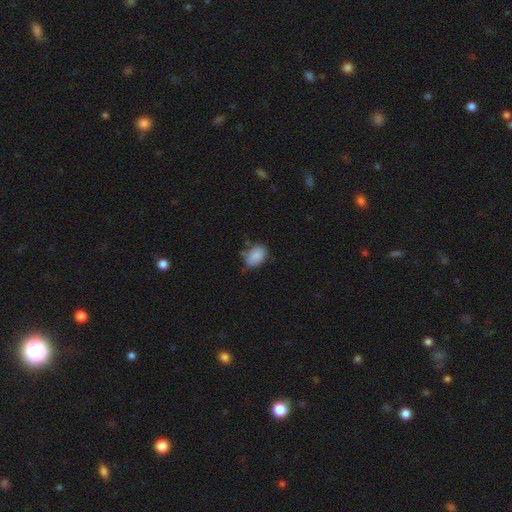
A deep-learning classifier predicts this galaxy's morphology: This appears to be a smooth galaxy with no disk features (85%) that is in between round and cigar-shaped (83%). Merging: none (59%).